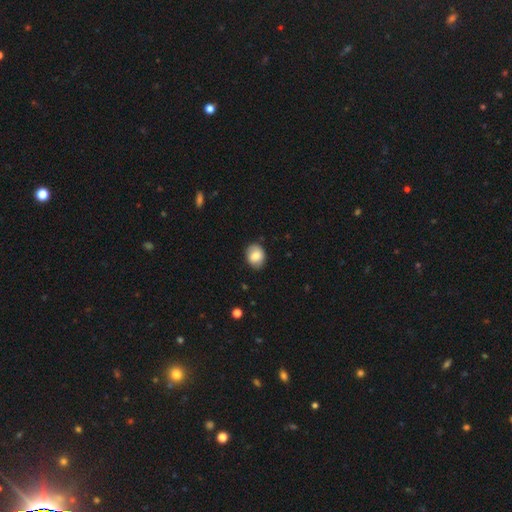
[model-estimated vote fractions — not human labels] Morphology: type=smooth (83%); roundness=in between (53%); merging=none (83%).